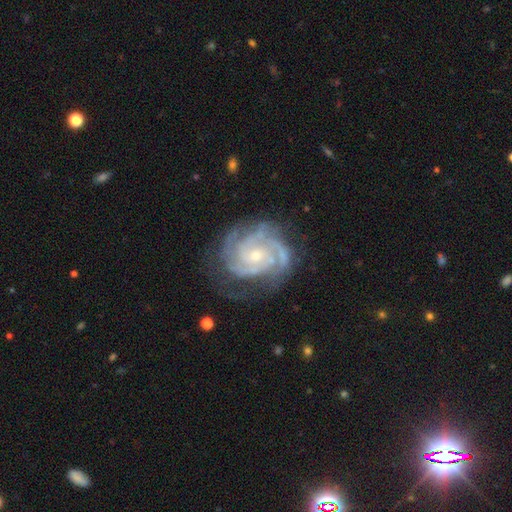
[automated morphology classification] Smooth or featured? featured or disk (91%)
Edge-on disk? no (98%)
Bar? no (69%)
Spiral arms? yes (98%)
Spiral winding? tight (71%)
Spiral arm count? 3 (39%)
Bulge size? small (63%)
Merging? none (72%)